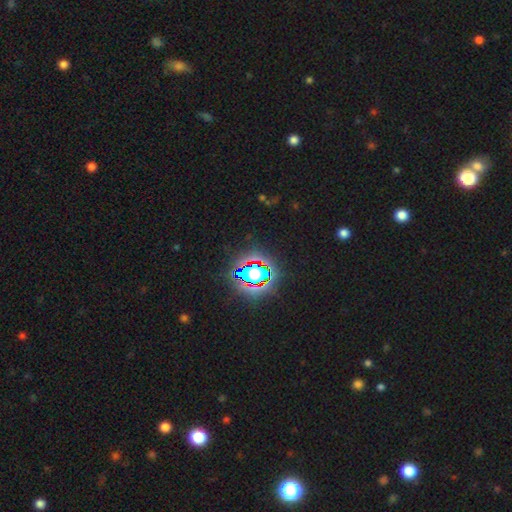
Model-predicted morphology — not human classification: Smooth or featured? Predicted: star or artifact (p=0.80).